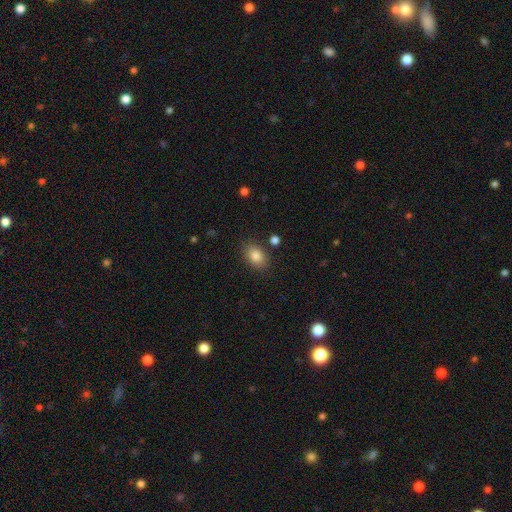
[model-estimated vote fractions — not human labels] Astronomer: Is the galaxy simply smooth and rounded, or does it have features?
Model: smooth — 85%.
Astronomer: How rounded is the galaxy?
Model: in between — 82%.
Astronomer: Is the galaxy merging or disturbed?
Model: none — 83%.